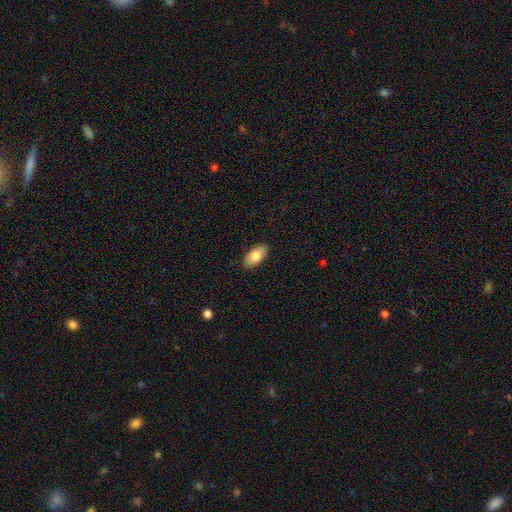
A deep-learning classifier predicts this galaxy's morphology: Q: Smooth or featured?
A: smooth (80%); runner-up: featured or disk (14%)
Q: How rounded?
A: in between (92%); runner-up: cigar-shaped (5%)
Q: Merging?
A: none (89%); runner-up: minor disturbance (8%)